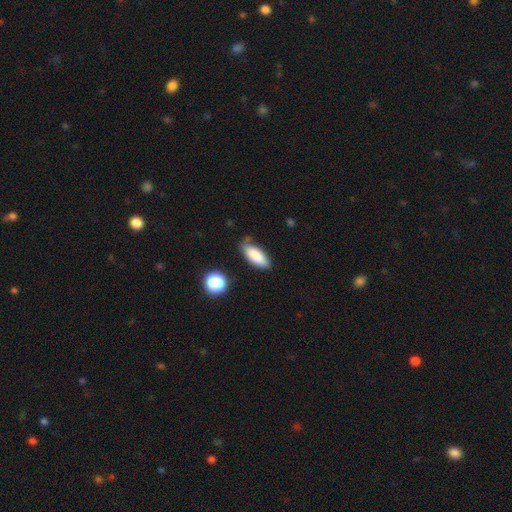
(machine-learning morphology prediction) Overall: smooth (84%). How rounded: in between (76%). Merging: none (71%).